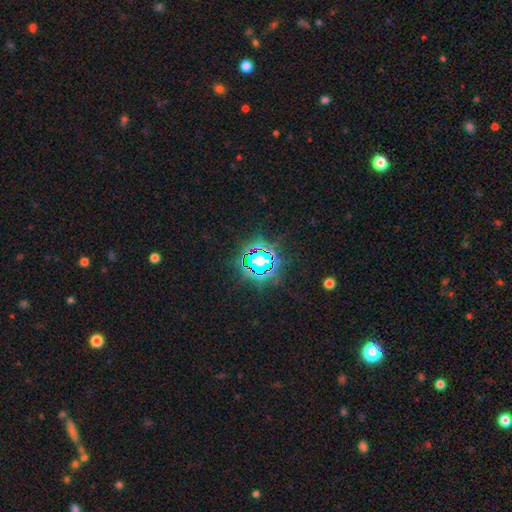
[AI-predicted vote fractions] Q: Smooth or featured?
A: star or artifact (81%); runner-up: smooth (12%)